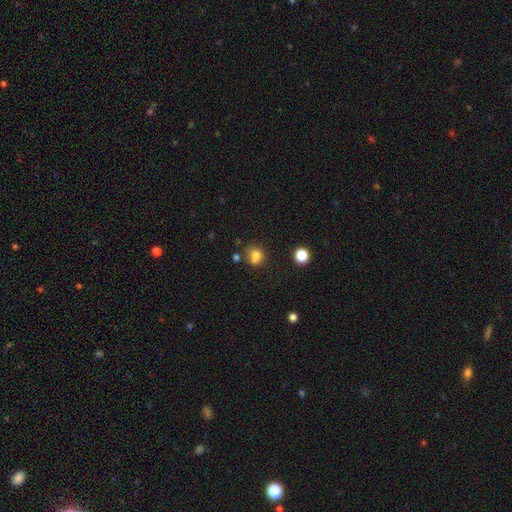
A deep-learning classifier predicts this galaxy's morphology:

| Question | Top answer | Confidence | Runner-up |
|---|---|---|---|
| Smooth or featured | smooth | 75% | star or artifact (14%) |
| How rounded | round | 76% | in between (23%) |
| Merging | none | 52% | merger (28%) |